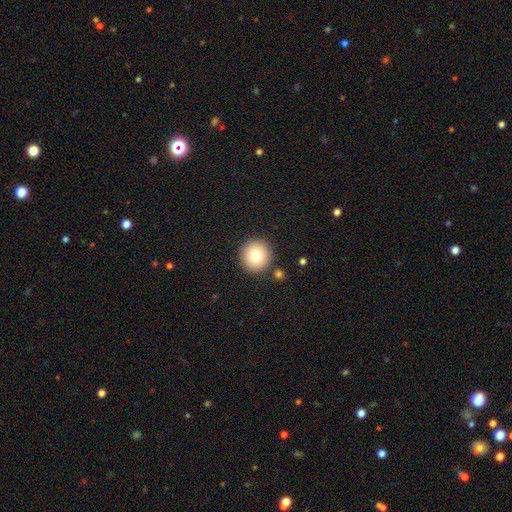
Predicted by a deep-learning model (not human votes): Smooth or featured?
  - smooth: 78% *
  - featured or disk: 12%
  - star or artifact: 10%
How rounded?
  - round: 94% *
  - in between: 5%
  - cigar-shaped: 1%
Merging?
  - none: 89% *
  - minor disturbance: 6%
  - merger: 3%
  - major disturbance: 2%